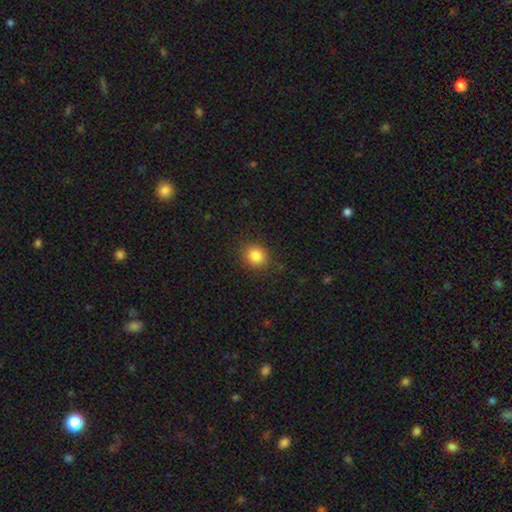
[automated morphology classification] smooth_or_featured: smooth (p=0.85) [alt: star or artifact p=0.10]
how_rounded: round (p=0.70) [alt: in between p=0.29]
merging: none (p=0.86) [alt: minor disturbance p=0.10]